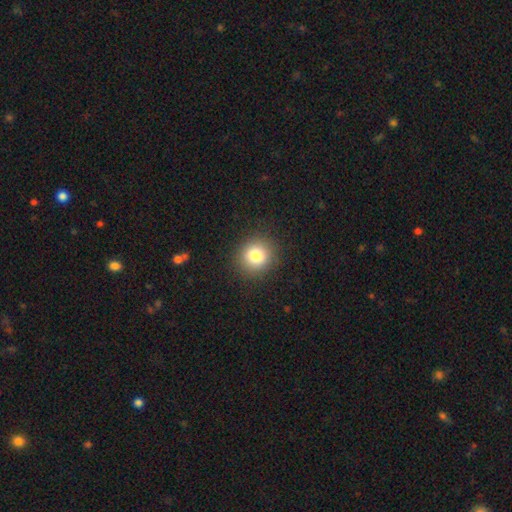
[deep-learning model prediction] This appears to be a smooth galaxy with no disk features (82%) that is round (89%). Merging: none (90%).